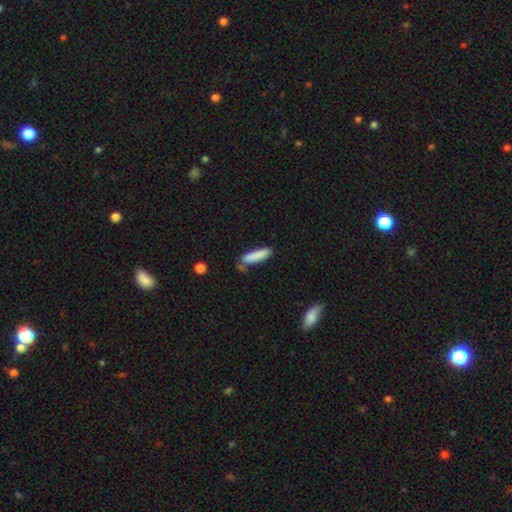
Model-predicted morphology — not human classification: type=smooth (85%); roundness=cigar-shaped (77%); merging=none (69%).